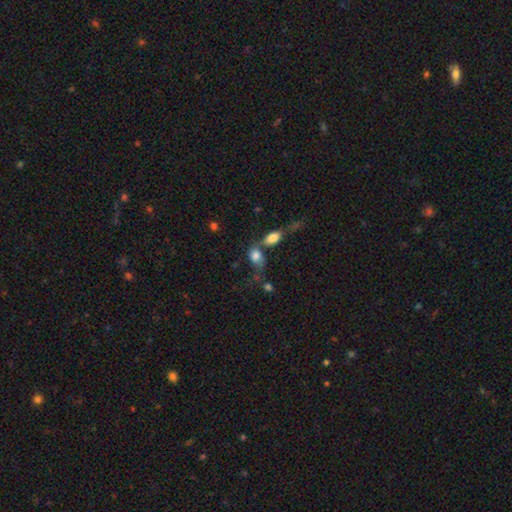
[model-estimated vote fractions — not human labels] Smooth or featured? Predicted: smooth (p=0.79). How rounded? Predicted: in between (p=0.76). Merging? Predicted: merger (p=0.44).